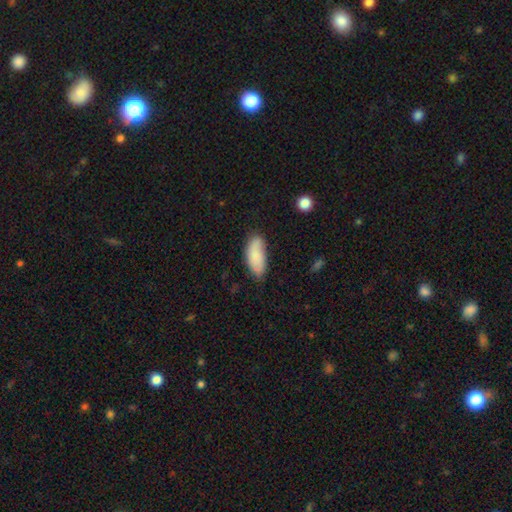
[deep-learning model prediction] Smooth or featured?
  - smooth: 77% *
  - featured or disk: 17%
  - star or artifact: 7%
How rounded?
  - in between: 87% *
  - cigar-shaped: 11%
  - round: 2%
Merging?
  - none: 62% *
  - minor disturbance: 29%
  - major disturbance: 6%
  - merger: 3%